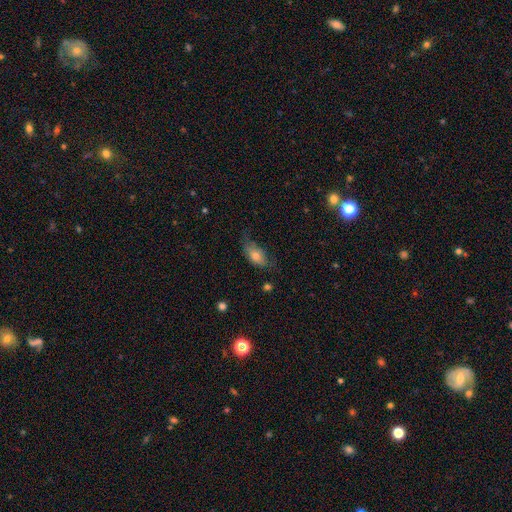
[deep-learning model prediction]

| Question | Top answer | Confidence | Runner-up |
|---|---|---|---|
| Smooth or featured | smooth | 72% | featured or disk (20%) |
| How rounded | in between | 88% | cigar-shaped (7%) |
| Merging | none | 50% | minor disturbance (34%) |